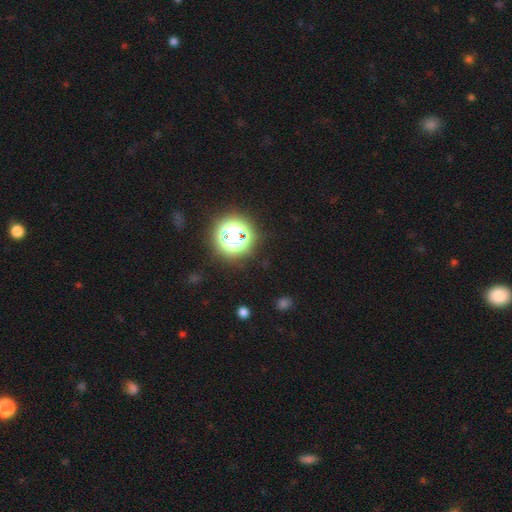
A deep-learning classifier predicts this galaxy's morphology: type=star or artifact (78%).